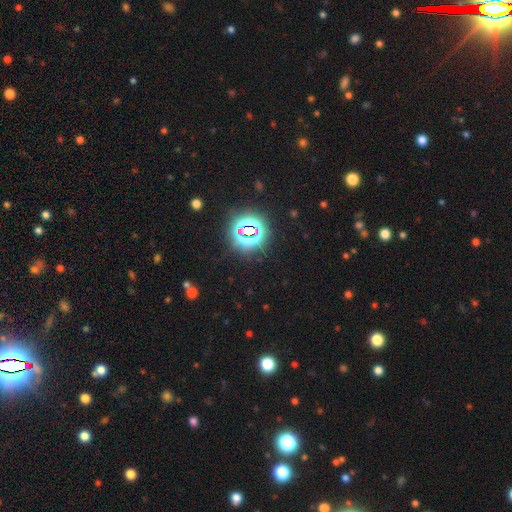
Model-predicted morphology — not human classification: Smooth or featured: star or artifact — 77% (smooth — 16%)